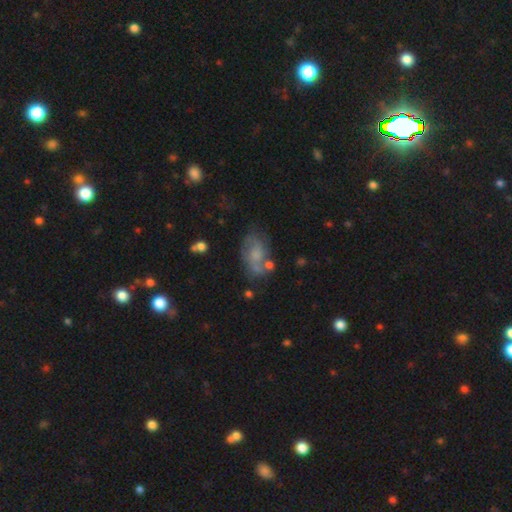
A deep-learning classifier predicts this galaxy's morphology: smooth_or_featured: featured or disk (p=0.52) [alt: smooth p=0.38]
disk_edge_on: no (p=0.95) [alt: yes p=0.05]
merging: none (p=0.56) [alt: minor disturbance p=0.23]